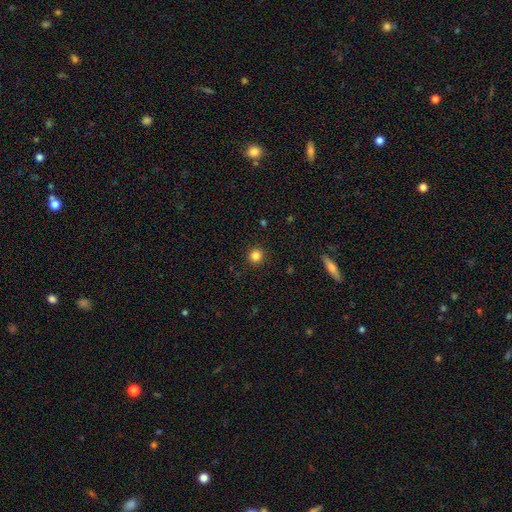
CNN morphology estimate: A smooth galaxy with no disk features (84%) that is round (94%).

Vote fractions:
- Smooth or featured? smooth: 84% / star or artifact: 12% / featured or disk: 4%
- How rounded? round: 94% / in between: 5% / cigar-shaped: 1%
- Merging? none: 92% / minor disturbance: 5% / major disturbance: 2% / merger: 1%